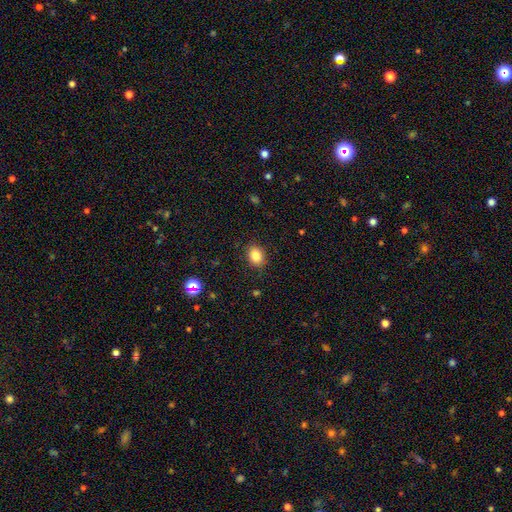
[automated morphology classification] type=smooth (84%); roundness=in between (64%); merging=none (87%).